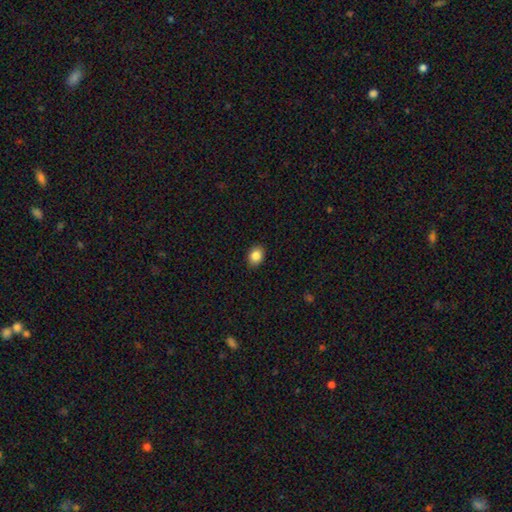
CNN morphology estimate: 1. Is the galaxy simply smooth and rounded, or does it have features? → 85% smooth, 9% star or artifact, 6% featured or disk.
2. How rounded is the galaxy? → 62% in between, 37% round, 1% cigar-shaped.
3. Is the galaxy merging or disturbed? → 90% none, 8% minor disturbance, 2% major disturbance, 1% merger.